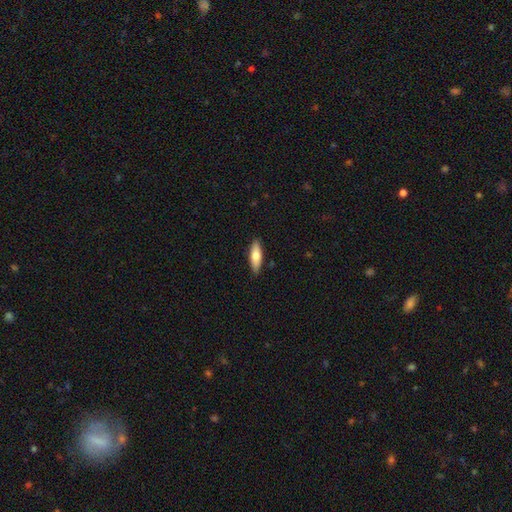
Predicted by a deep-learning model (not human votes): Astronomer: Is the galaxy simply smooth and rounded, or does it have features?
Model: smooth — 73%.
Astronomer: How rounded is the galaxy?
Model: in between — 53% (runner-up: cigar-shaped, 45%).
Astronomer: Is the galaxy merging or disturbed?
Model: none — 88%.